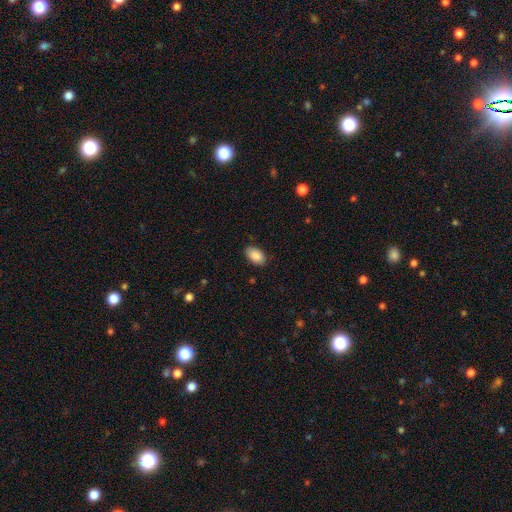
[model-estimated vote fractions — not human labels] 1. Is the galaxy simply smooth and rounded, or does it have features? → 89% smooth, 7% star or artifact, 4% featured or disk.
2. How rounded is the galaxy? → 93% in between, 6% round, 1% cigar-shaped.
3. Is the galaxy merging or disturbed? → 86% none, 10% minor disturbance, 2% major disturbance, 1% merger.